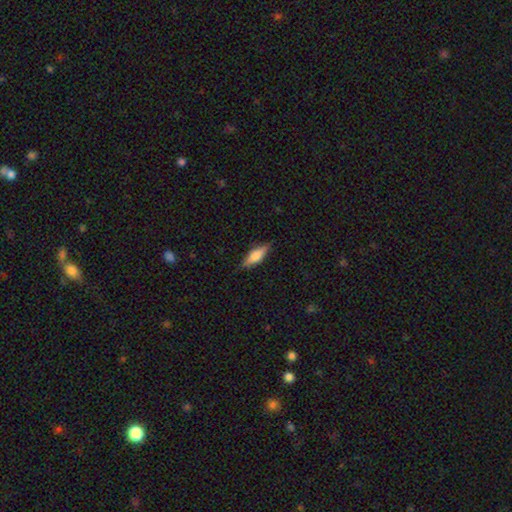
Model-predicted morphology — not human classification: A smooth galaxy with no disk features (62%) that is in between round and cigar-shaped (50%).

Vote fractions:
- Smooth or featured? smooth: 62% / featured or disk: 31% / star or artifact: 6%
- How rounded? in between: 50% / cigar-shaped: 48% / round: 3%
- Merging? none: 85% / minor disturbance: 12% / major disturbance: 2% / merger: 1%